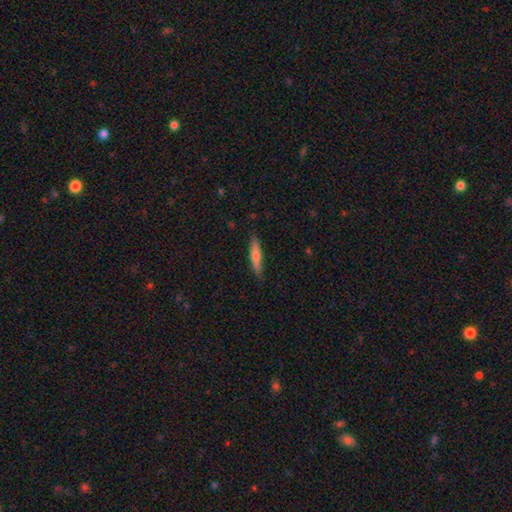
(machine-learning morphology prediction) Smooth or featured?
  - smooth: 62% *
  - featured or disk: 32%
  - star or artifact: 6%
How rounded?
  - cigar-shaped: 87% *
  - in between: 11%
  - round: 2%
Merging?
  - none: 85% *
  - minor disturbance: 12%
  - major disturbance: 2%
  - merger: 1%